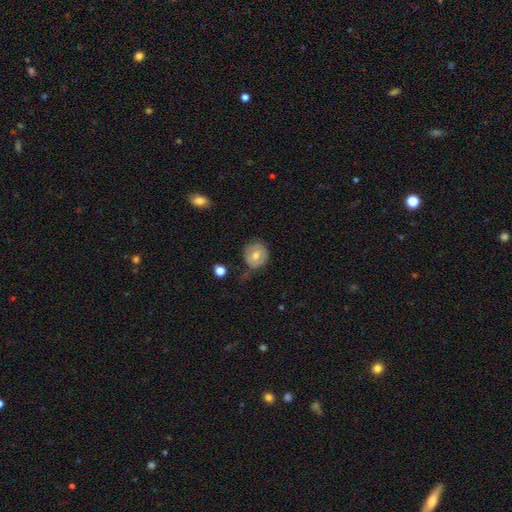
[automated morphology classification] type=smooth (52%); roundness=round (80%); merging=none (55%).